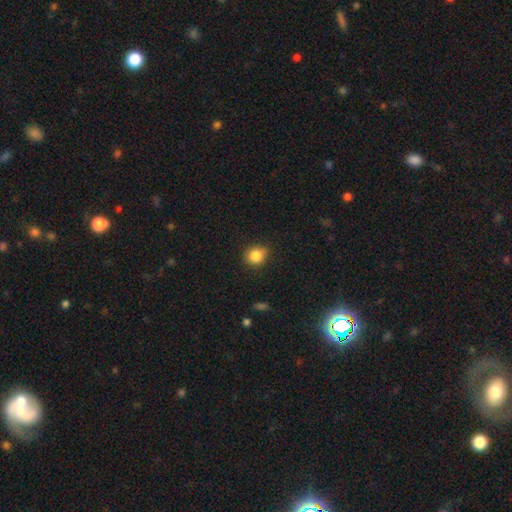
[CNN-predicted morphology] smooth_or_featured: smooth (p=0.85) [alt: star or artifact p=0.10]
how_rounded: round (p=0.77) [alt: in between p=0.22]
merging: none (p=0.82) [alt: minor disturbance p=0.14]